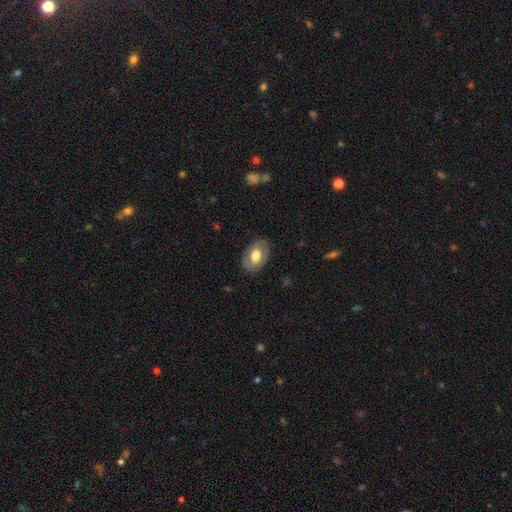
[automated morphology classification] type=smooth (60%); roundness=in between (86%); merging=none (83%).